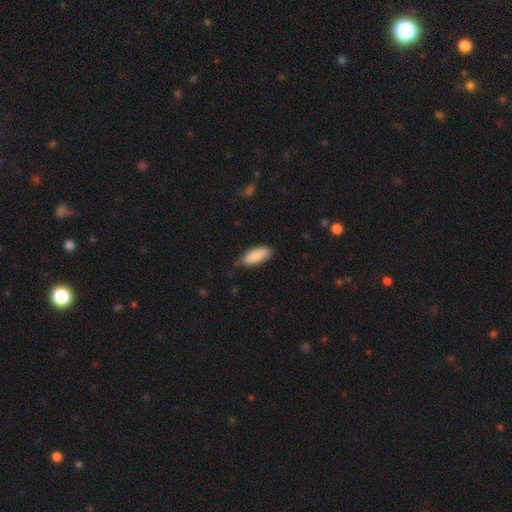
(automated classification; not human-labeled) smooth_or_featured: smooth (p=0.87) [alt: featured or disk p=0.07]
how_rounded: in between (p=0.82) [alt: cigar-shaped p=0.16]
merging: none (p=0.69) [alt: minor disturbance p=0.26]